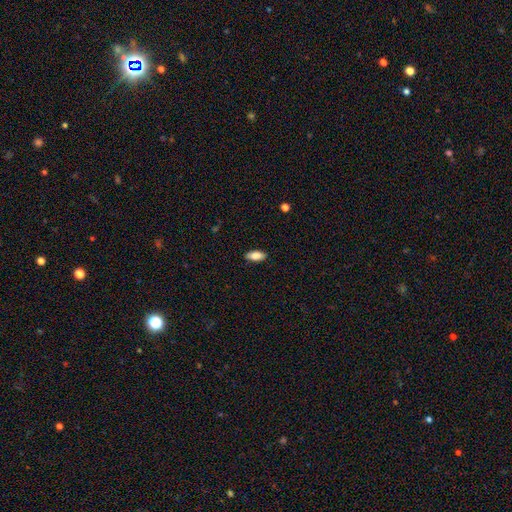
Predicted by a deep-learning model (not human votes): smooth 86%, featured or disk 7%, star or artifact 7%. Down the decision tree: how rounded — in between (85%); merging — none (88%).